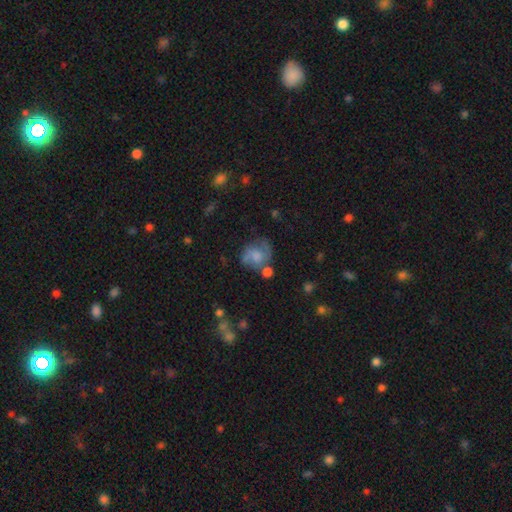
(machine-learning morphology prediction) This is possibly a smooth galaxy (47%). Merging: marginally none (43%).